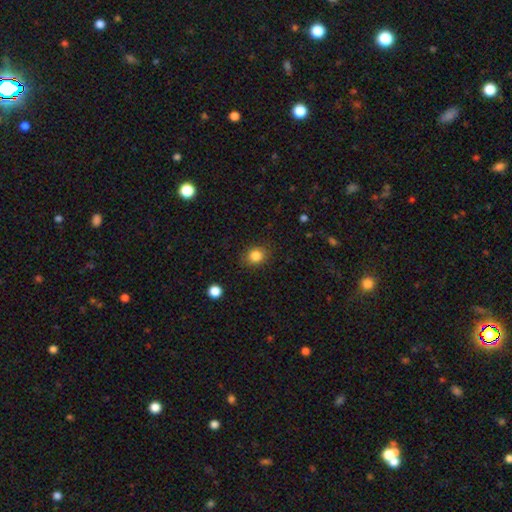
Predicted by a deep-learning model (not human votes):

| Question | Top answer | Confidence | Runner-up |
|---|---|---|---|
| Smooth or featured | smooth | 84% | star or artifact (10%) |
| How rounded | round | 63% | in between (36%) |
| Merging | none | 86% | minor disturbance (10%) |